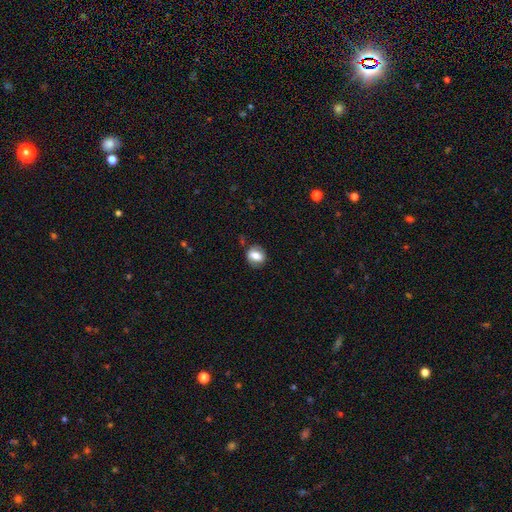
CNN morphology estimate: smooth 67%, featured or disk 24%, star or artifact 8%. Down the decision tree: how rounded — in between (58%); merging — none (77%).